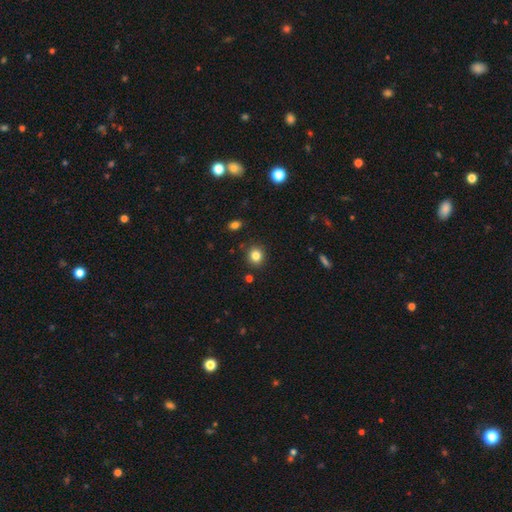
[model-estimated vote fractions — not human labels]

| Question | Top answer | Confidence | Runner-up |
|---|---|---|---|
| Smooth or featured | smooth | 83% | star or artifact (11%) |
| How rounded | round | 84% | in between (15%) |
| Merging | none | 88% | minor disturbance (8%) |